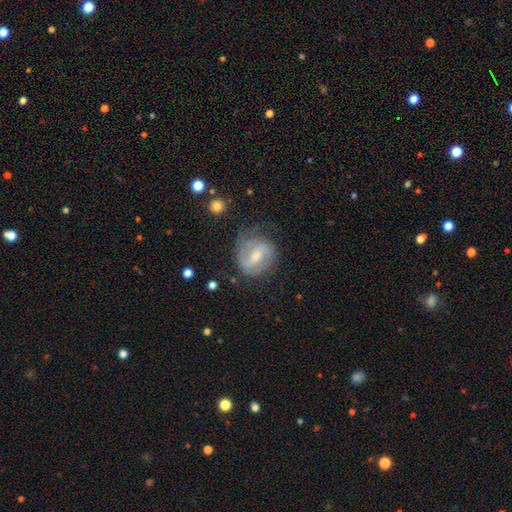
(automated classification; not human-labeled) smooth-or-featured: featured or disk: 72% | smooth: 21% | star or artifact: 6%
  disk-edge-on: no: 97% | yes: 3%
    bar: weak: 56% | strong: 25% | no: 19%
    has-spiral-arms: yes: 90% | no: 10%
      spiral-winding: medium: 47% | tight: 29% | loose: 24%
      spiral-arm-count: 2: 74% | can't tell: 12% | 1: 8% | 3: 3% | 4: 1% | more than 4: 1%
    bulge-size: moderate: 54% | small: 31% | large: 7% | none: 6% | dominant: 1%
  merging: none: 59% | minor disturbance: 24% | major disturbance: 15% | merger: 2%